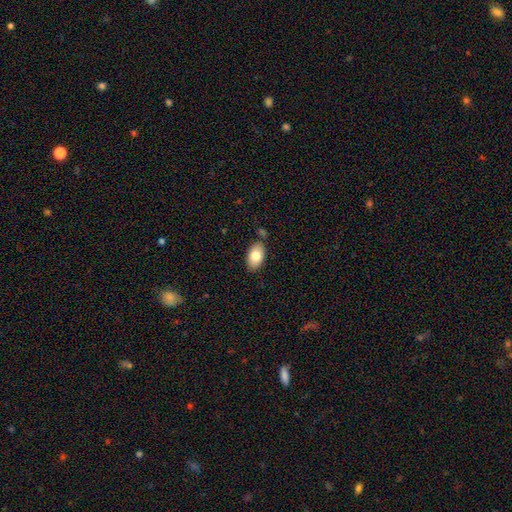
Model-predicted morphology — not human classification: This is clearly a smooth galaxy (81%). How rounded: clearly in between (93%). Merging: clearly none (82%).